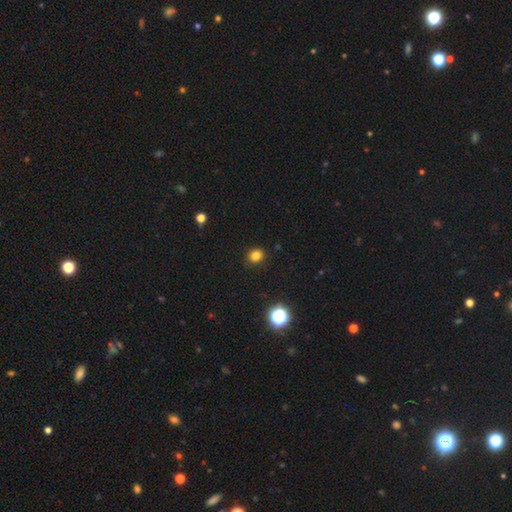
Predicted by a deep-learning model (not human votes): Overall: smooth (81%). How rounded: round (72%). Merging: none (90%).